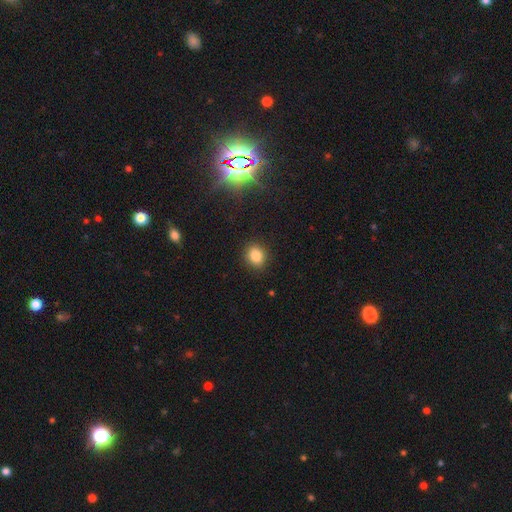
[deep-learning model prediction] Q: Smooth or featured?
A: smooth (84%); runner-up: star or artifact (11%)
Q: How rounded?
A: round (59%); runner-up: in between (40%)
Q: Merging?
A: none (88%); runner-up: minor disturbance (8%)